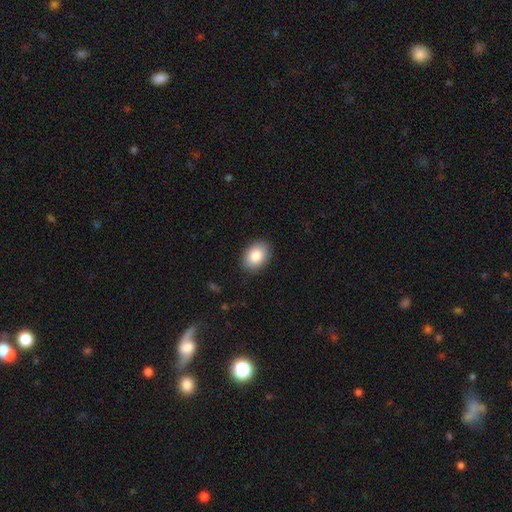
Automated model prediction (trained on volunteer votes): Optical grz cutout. It shows a smooth galaxy with no disk features (86%) that is in between round and cigar-shaped (78%). Merging: none (88%).